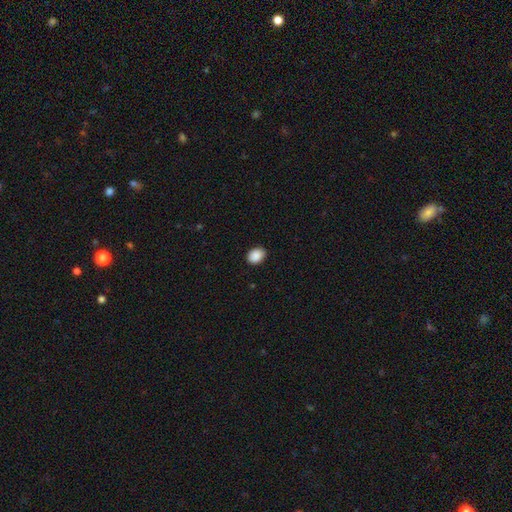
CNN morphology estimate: A smooth galaxy with no disk features (90%) that is in between round and cigar-shaped (65%). Merging: none (88%).